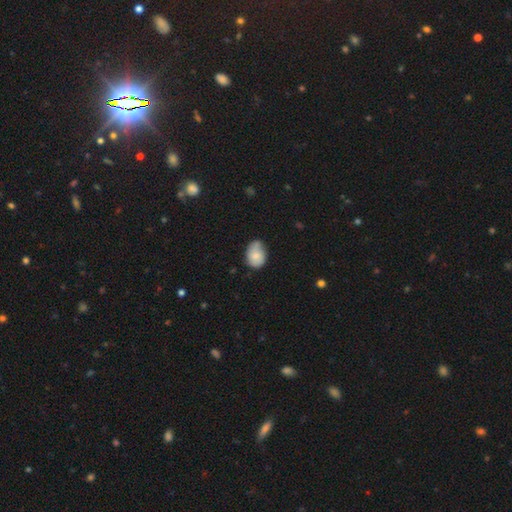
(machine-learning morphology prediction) smooth 76%, featured or disk 16%, star or artifact 7%. Down the decision tree: how rounded — in between (63%); merging — none (46%).